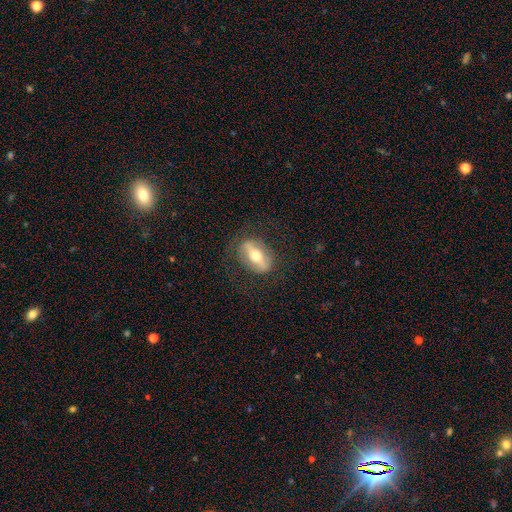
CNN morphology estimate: Smooth or featured? featured or disk (60%)
Edge-on disk? no (67%)
Merging? none (77%)